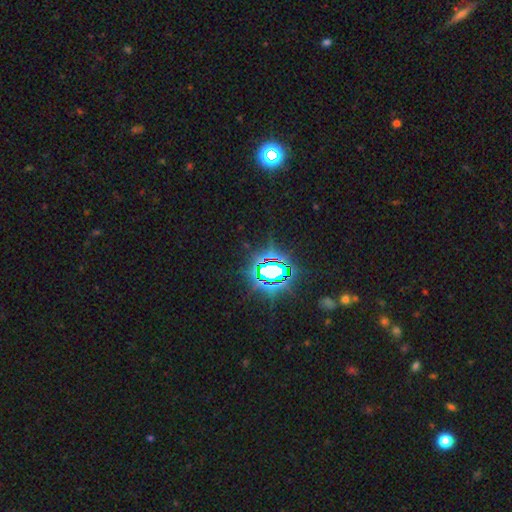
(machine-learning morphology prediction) This is clearly a star or artifact rather than a galaxy (80%).